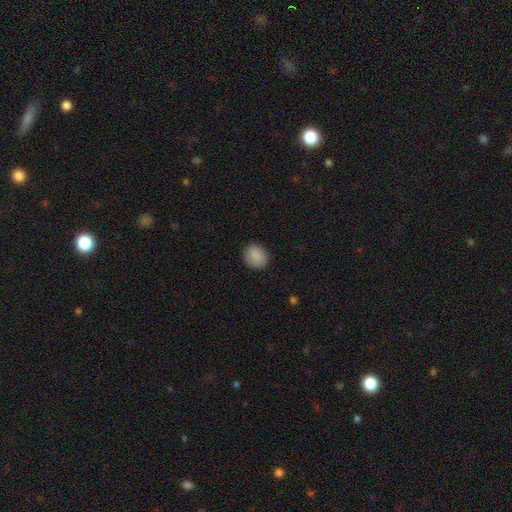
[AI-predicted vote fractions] This is clearly a smooth galaxy (88%). How rounded: likely round (69%). Merging: clearly none (87%).